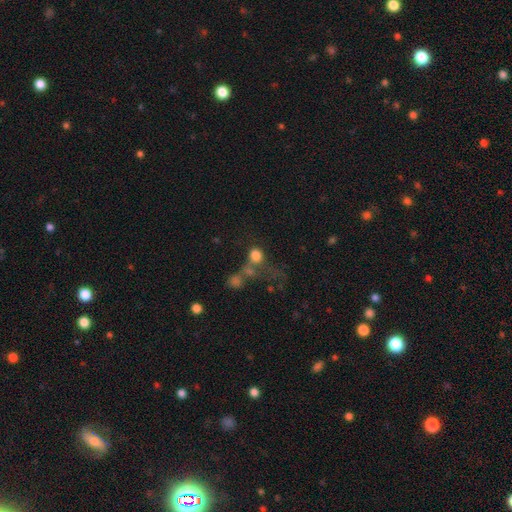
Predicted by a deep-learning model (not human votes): smooth-or-featured: smooth: 72% | star or artifact: 14% | featured or disk: 14%
  how-rounded: round: 68% | in between: 30% | cigar-shaped: 2%
  merging: merger: 46% | none: 25% | major disturbance: 19% | minor disturbance: 9%